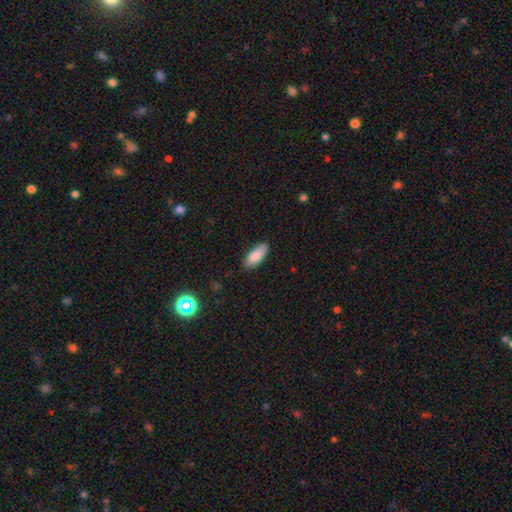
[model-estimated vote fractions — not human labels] Morphology: type=smooth (87%); roundness=in between (82%); merging=none (83%).